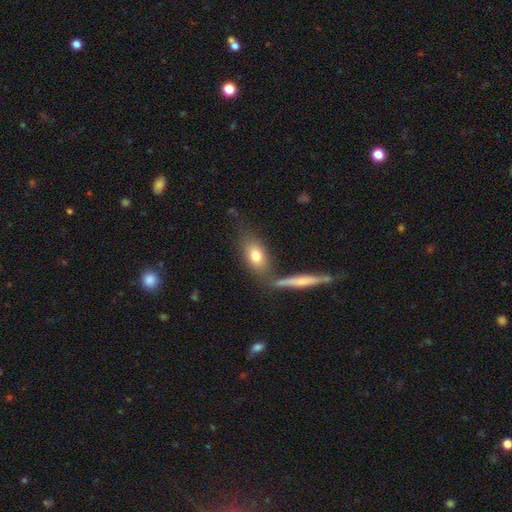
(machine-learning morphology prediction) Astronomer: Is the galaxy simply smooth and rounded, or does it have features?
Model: smooth — 74%.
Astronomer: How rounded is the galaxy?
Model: in between — 78%.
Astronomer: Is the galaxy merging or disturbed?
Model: none — 65%.